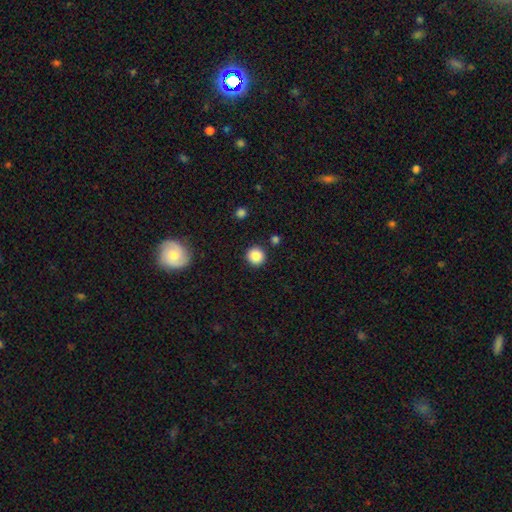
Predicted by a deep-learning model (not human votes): A smooth galaxy with no disk features (86%) that is round (95%).

Vote fractions:
- Smooth or featured? smooth: 86% / star or artifact: 10% / featured or disk: 4%
- How rounded? round: 95% / in between: 4% / cigar-shaped: 1%
- Merging? none: 91% / minor disturbance: 5% / merger: 2% / major disturbance: 2%